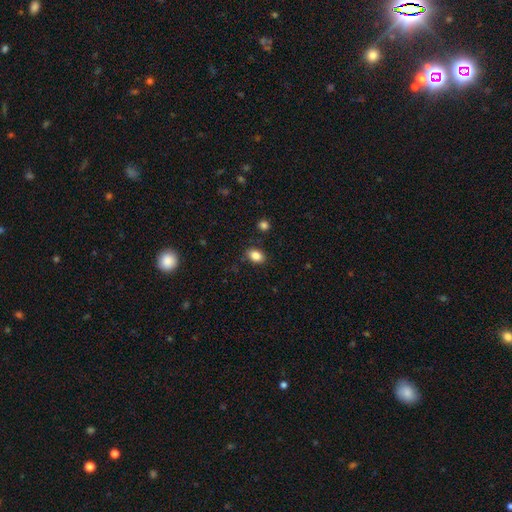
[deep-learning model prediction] Morphology: type=smooth (85%); roundness=in between (76%); merging=none (85%).